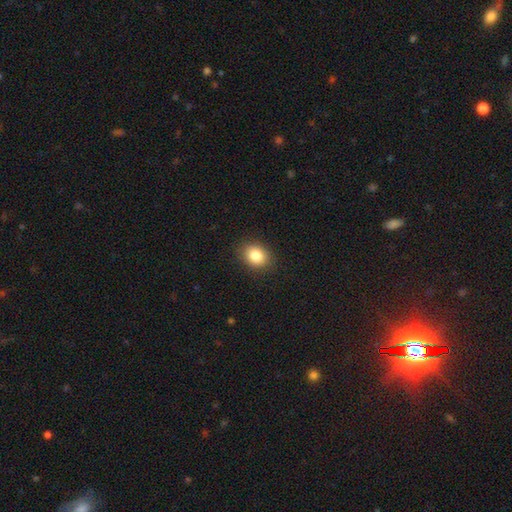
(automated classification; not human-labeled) This is clearly a smooth galaxy (84%). How rounded: possibly in between (56%). Merging: clearly none (89%).